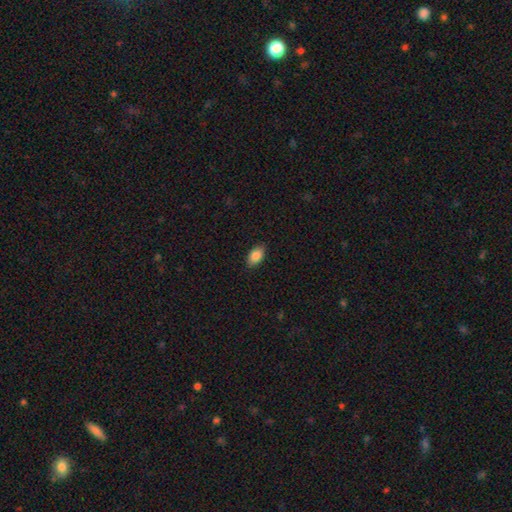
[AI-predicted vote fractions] A smooth galaxy with no disk features (87%) that is in between round and cigar-shaped (91%). Merging: none (87%).